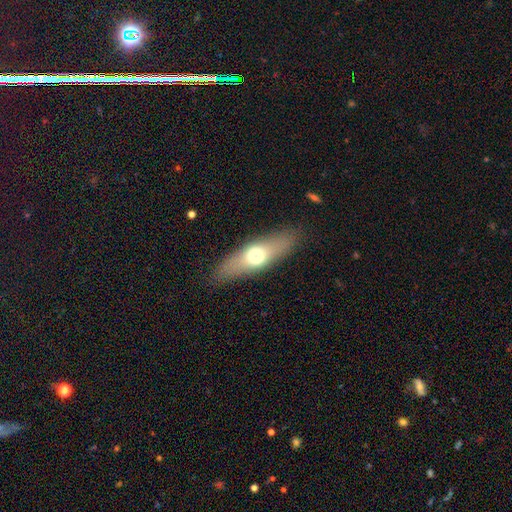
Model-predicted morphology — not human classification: The model was most divided on "how rounded": cigar-shaped: 49%, in between: 47%, round: 4%. More confident: merging — none (87%); smooth or featured — smooth (59%).